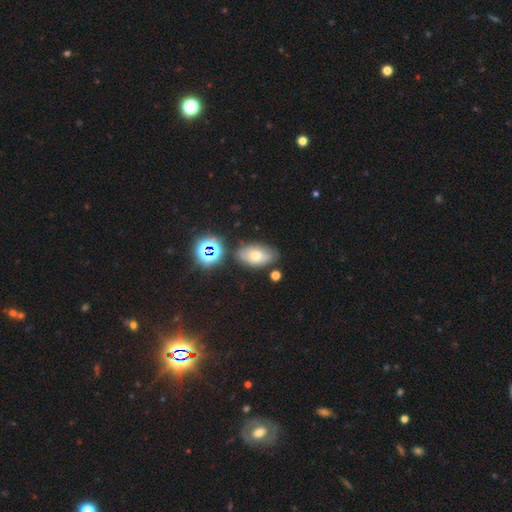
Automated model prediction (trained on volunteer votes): A smooth galaxy with no disk features (57%) that is in between round and cigar-shaped (89%). Merging: none (75%).